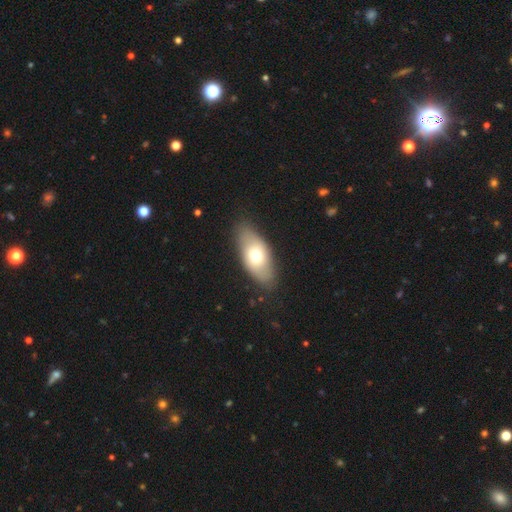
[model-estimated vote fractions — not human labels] This is likely a smooth galaxy (65%). How rounded: clearly in between (89%). Merging: clearly none (81%).